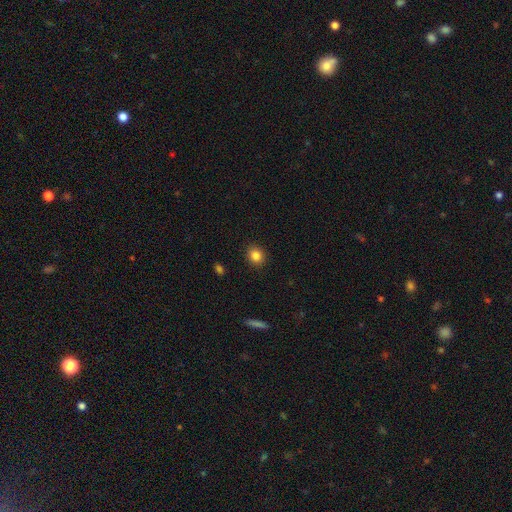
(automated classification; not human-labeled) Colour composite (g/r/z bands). It shows a smooth galaxy with no disk features (84%) that is round (72%). Merging: none (91%).